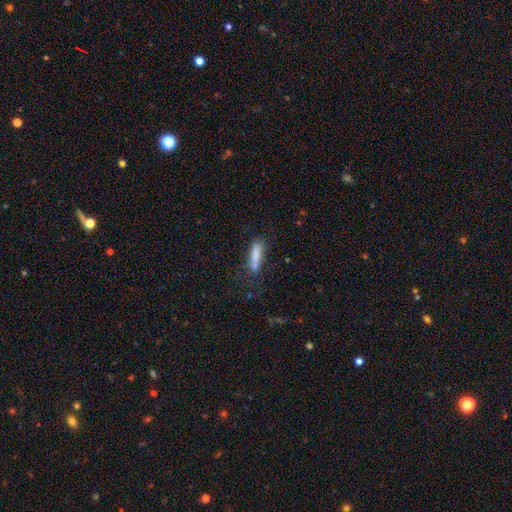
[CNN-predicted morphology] This is likely a smooth galaxy (80%). How rounded: clearly cigar-shaped (81%). Merging: likely none (67%).